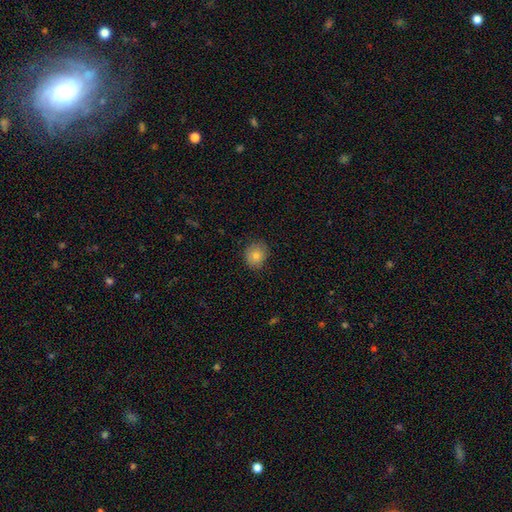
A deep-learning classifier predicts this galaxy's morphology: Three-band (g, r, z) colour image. It shows a smooth galaxy with no disk features (78%) that is round (81%). Merging: none (82%).